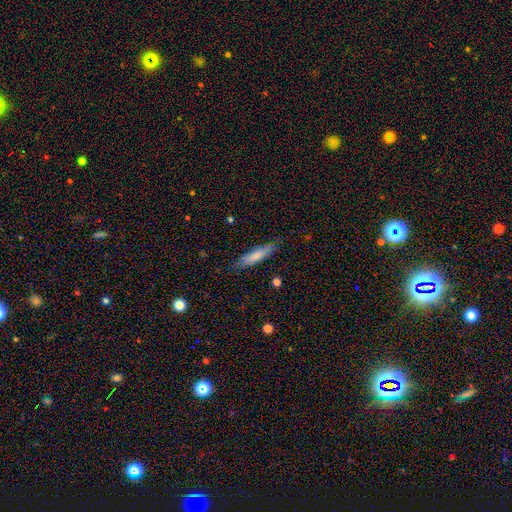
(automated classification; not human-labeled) Smooth or featured? Predicted: smooth (p=0.74). How rounded? Predicted: cigar-shaped (p=0.82). Merging? Predicted: none (p=0.84).